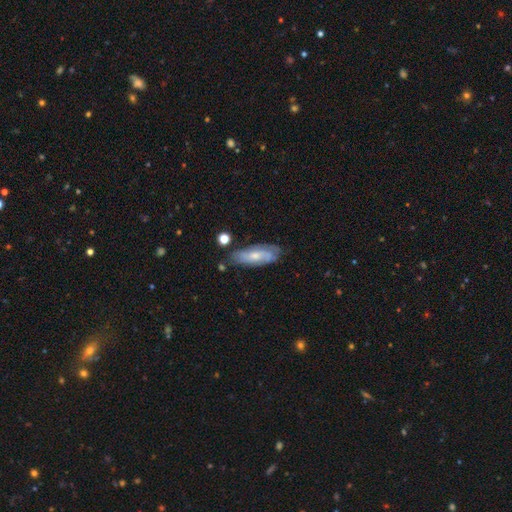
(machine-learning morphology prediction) A featured or disk galaxy (54%).

Vote fractions:
- Smooth or featured? featured or disk: 54% / smooth: 39% / star or artifact: 7%
- Edge-on disk? no: 81% / yes: 19%
- Merging? none: 64% / minor disturbance: 24% / major disturbance: 7% / merger: 4%